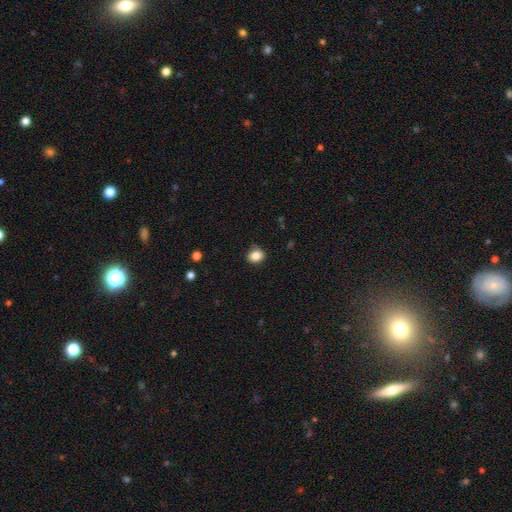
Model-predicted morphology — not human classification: smooth-or-featured: smooth: 85% | star or artifact: 10% | featured or disk: 5%
  how-rounded: round: 60% | in between: 39% | cigar-shaped: 1%
  merging: none: 78% | minor disturbance: 17% | major disturbance: 3% | merger: 1%